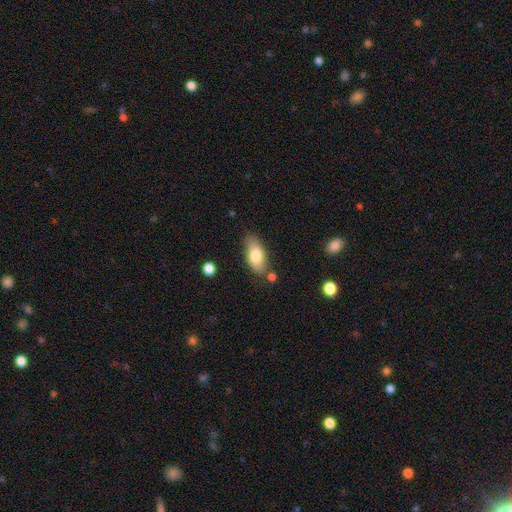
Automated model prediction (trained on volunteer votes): smooth 77%, featured or disk 16%, star or artifact 7%. Down the decision tree: how rounded — in between (88%); merging — none (75%).